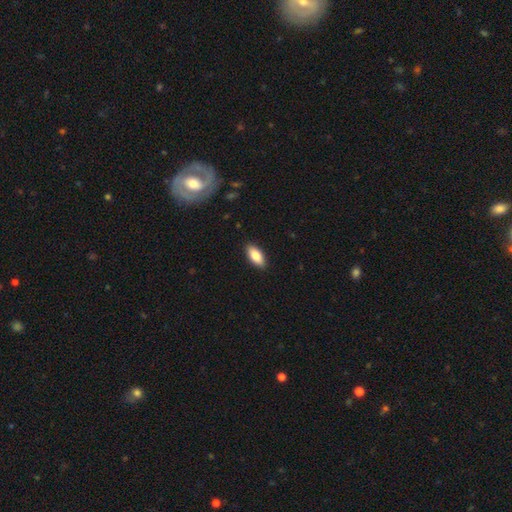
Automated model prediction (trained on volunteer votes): Smooth or featured?
  - smooth: 83% *
  - featured or disk: 11%
  - star or artifact: 6%
How rounded?
  - in between: 87% *
  - cigar-shaped: 11%
  - round: 2%
Merging?
  - none: 89% *
  - minor disturbance: 8%
  - major disturbance: 2%
  - merger: 1%